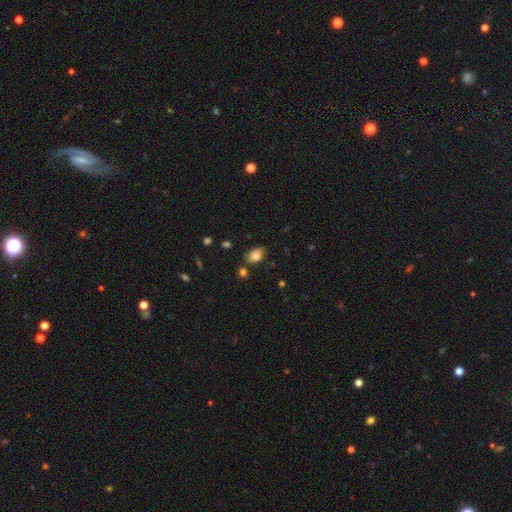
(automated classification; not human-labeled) smooth-or-featured: smooth: 80% | featured or disk: 11% | star or artifact: 9%
  how-rounded: in between: 82% | round: 16% | cigar-shaped: 1%
  merging: none: 70% | minor disturbance: 21% | merger: 5% | major disturbance: 4%